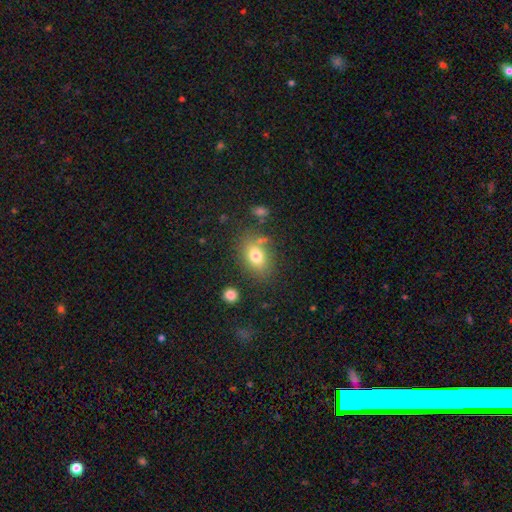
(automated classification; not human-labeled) A smooth galaxy with no disk features (75%) that is in between round and cigar-shaped (75%). Merging: none (71%).